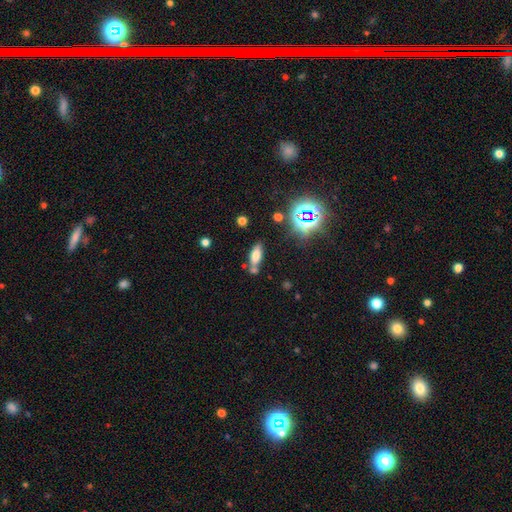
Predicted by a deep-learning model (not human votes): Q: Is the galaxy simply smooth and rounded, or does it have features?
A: smooth — 66%.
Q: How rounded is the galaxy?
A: in between — 73%.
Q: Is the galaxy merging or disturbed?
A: none — 60%.